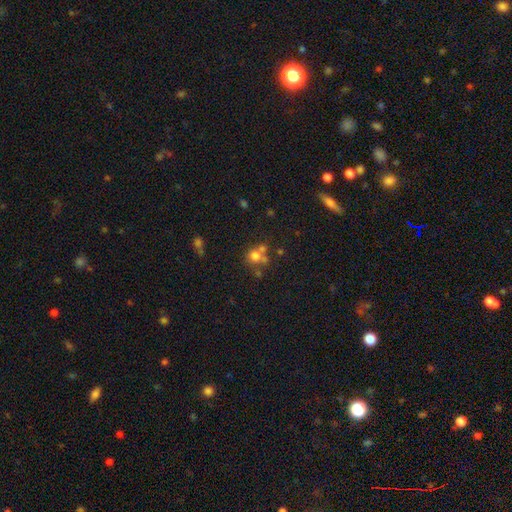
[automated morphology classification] smooth-or-featured: smooth: 68% | star or artifact: 16% | featured or disk: 16%
  how-rounded: round: 83% | in between: 16% | cigar-shaped: 1%
  merging: none: 47% | merger: 37% | minor disturbance: 10% | major disturbance: 6%